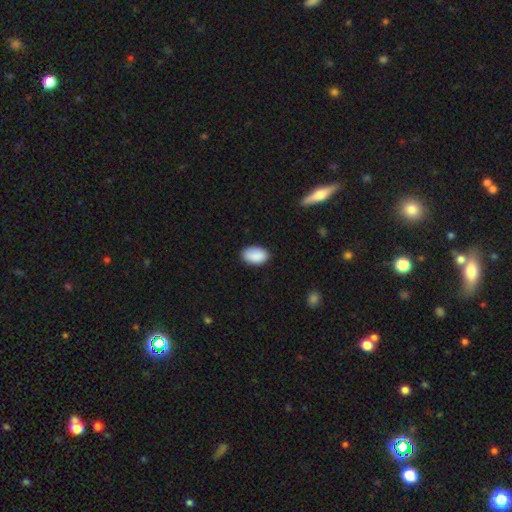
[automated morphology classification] The model was most divided on "merging": none: 85%, minor disturbance: 12%, major disturbance: 2%, merger: 1%. More confident: how rounded — in between (93%); smooth or featured — smooth (90%).